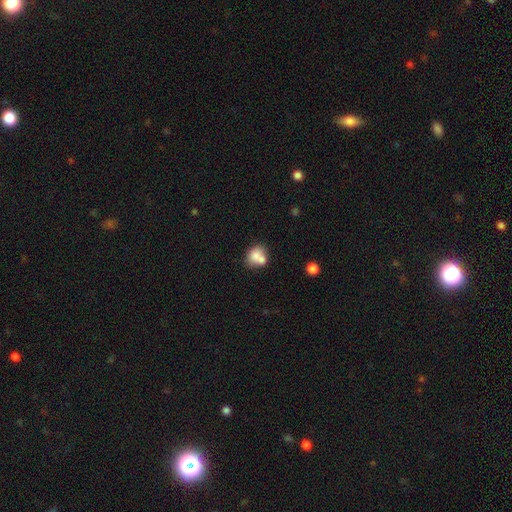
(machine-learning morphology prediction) Smooth or featured? Predicted: smooth (p=0.74). How rounded? Predicted: round (p=0.59). Merging? Predicted: merger (p=0.47).